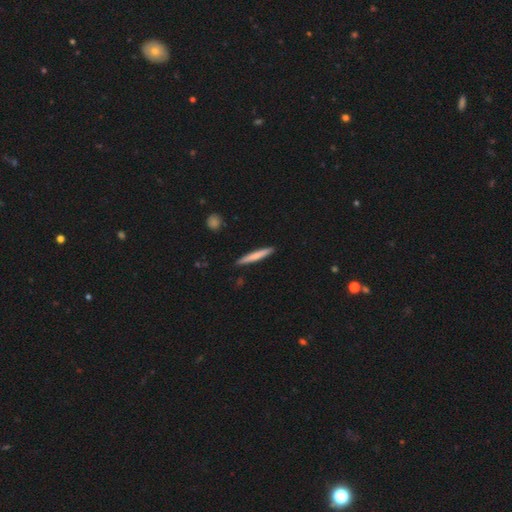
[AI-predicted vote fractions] Smooth or featured: smooth — 71% (featured or disk — 24%)
How rounded: cigar-shaped — 96% (in between — 3%)
Merging: none — 90% (minor disturbance — 7%)